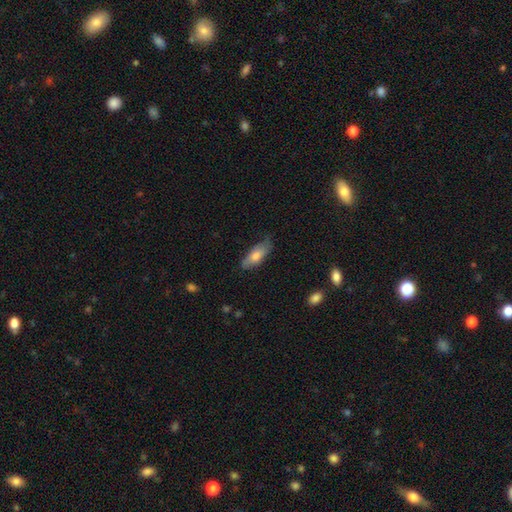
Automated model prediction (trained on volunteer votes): smooth-or-featured: smooth: 65% | featured or disk: 28% | star or artifact: 7%
  how-rounded: in between: 71% | cigar-shaped: 27% | round: 3%
  merging: none: 71% | minor disturbance: 23% | major disturbance: 5% | merger: 1%